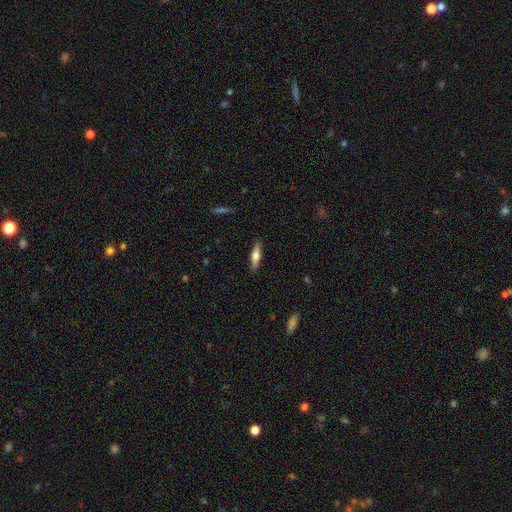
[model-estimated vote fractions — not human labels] The model was most divided on "smooth or featured": smooth: 64%, featured or disk: 30%, star or artifact: 6%. More confident: merging — none (88%); how rounded — cigar-shaped (69%).